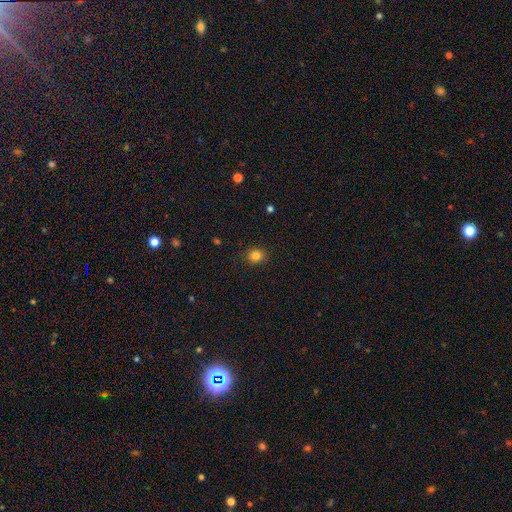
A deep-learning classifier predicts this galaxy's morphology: The model was most divided on "how rounded": round: 75%, in between: 24%, cigar-shaped: 1%. More confident: merging — none (89%); smooth or featured — smooth (84%).